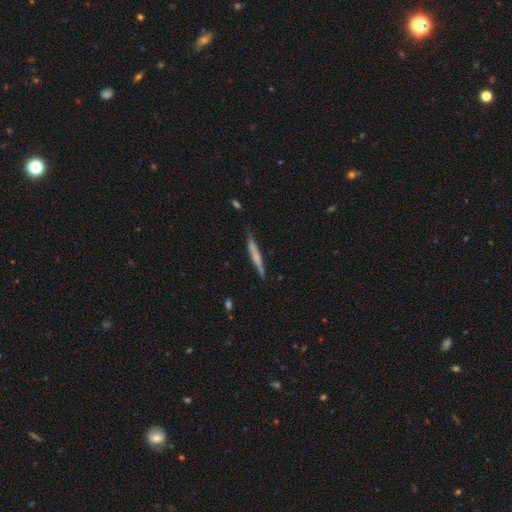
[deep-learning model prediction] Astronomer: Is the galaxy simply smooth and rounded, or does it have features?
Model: smooth — 51% (runner-up: featured or disk, 43%).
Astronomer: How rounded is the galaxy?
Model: cigar-shaped — 95%.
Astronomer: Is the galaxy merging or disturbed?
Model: none — 80%.